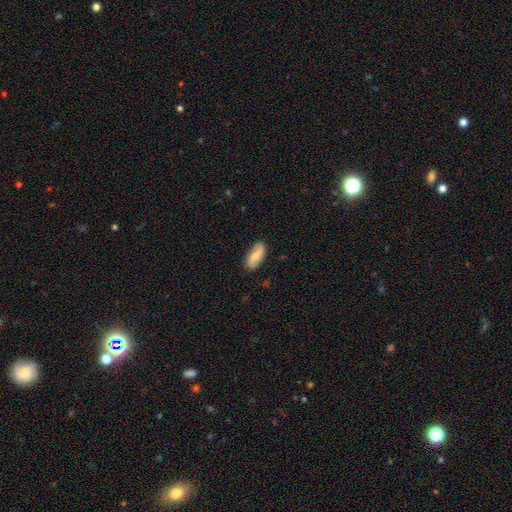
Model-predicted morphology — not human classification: Smooth or featured: smooth — 57% (featured or disk — 36%)
How rounded: in between — 86% (cigar-shaped — 11%)
Merging: none — 85% (minor disturbance — 12%)